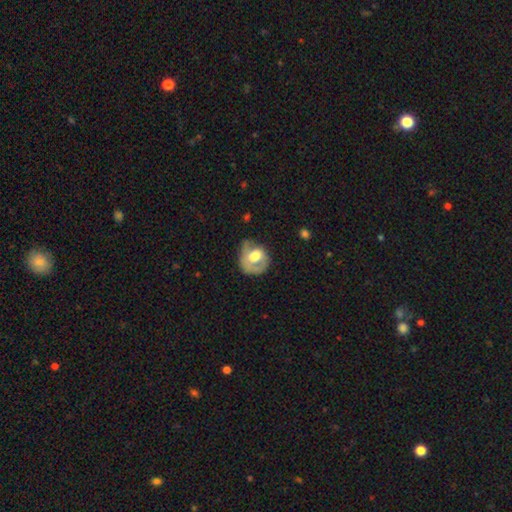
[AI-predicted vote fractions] Smooth or featured? Predicted: featured or disk (p=0.50). Edge-on disk? Predicted: no (p=0.96). Merging? Predicted: none (p=0.37).